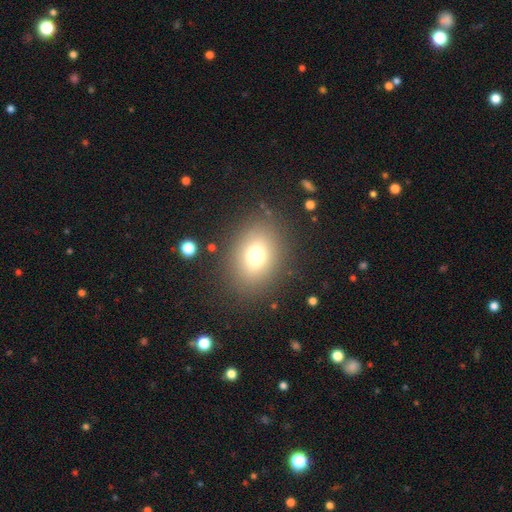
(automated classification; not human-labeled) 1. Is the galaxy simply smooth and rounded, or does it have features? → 71% smooth, 16% star or artifact, 13% featured or disk.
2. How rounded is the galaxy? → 53% in between, 46% round, 1% cigar-shaped.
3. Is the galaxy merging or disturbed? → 84% none, 9% minor disturbance, 5% major disturbance, 2% merger.